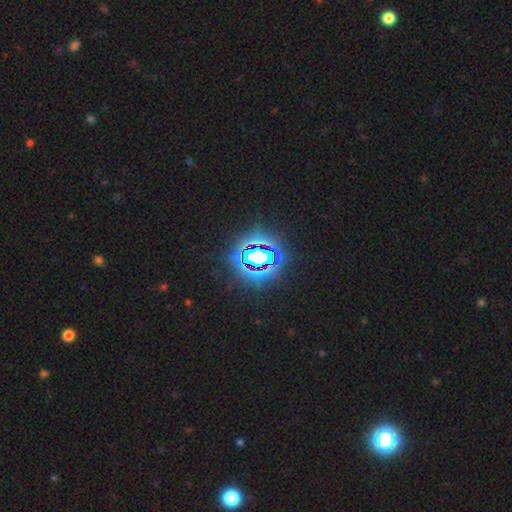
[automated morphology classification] Smooth or featured?
  - star or artifact: 75% *
  - smooth: 14%
  - featured or disk: 11%